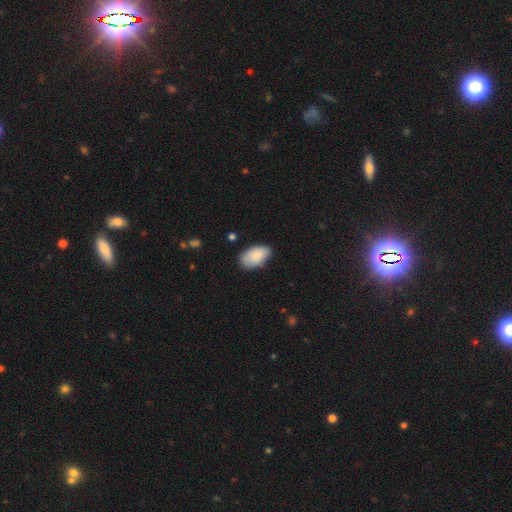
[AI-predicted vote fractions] Overall: smooth (87%). How rounded: in between (95%). Merging: none (76%).